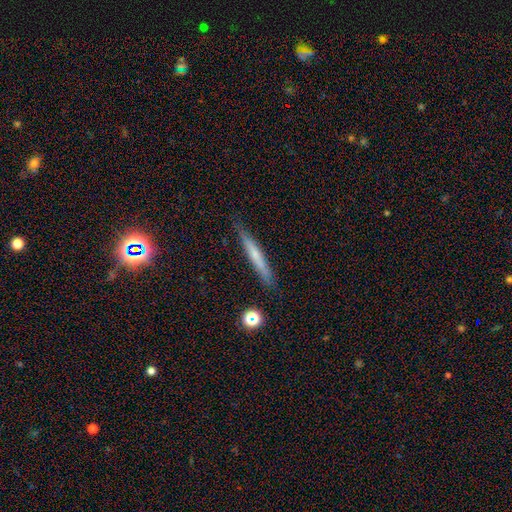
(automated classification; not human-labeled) Smooth or featured? Predicted: smooth (p=0.53). How rounded? Predicted: cigar-shaped (p=0.95). Merging? Predicted: none (p=0.84).